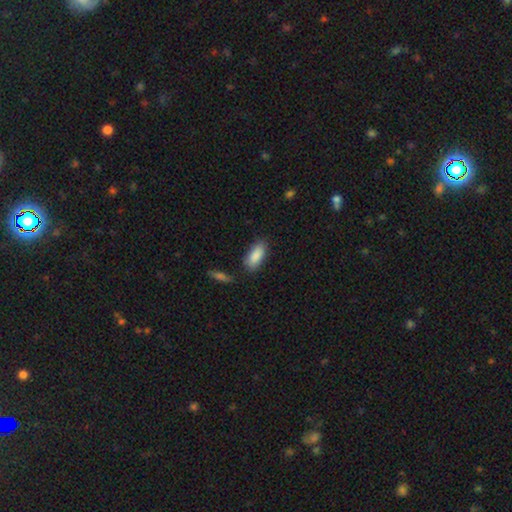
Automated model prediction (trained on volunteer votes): Morphology: type=smooth (88%); roundness=in between (85%); merging=none (80%).